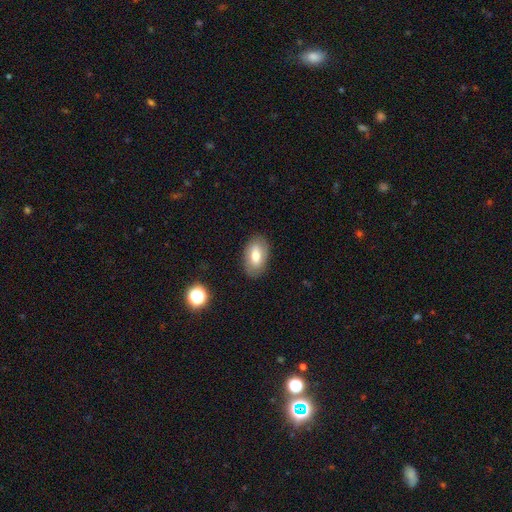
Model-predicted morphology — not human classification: Q: Smooth or featured?
A: smooth (67%); runner-up: featured or disk (25%)
Q: How rounded?
A: in between (92%); runner-up: round (6%)
Q: Merging?
A: none (86%); runner-up: minor disturbance (10%)